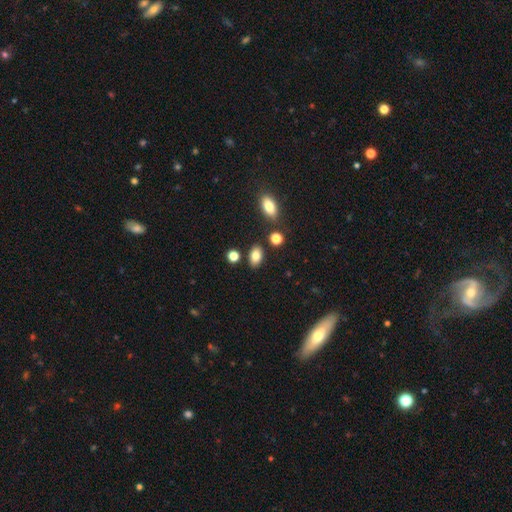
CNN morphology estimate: A smooth galaxy with no disk features (81%) that is in between round and cigar-shaped (87%). Merging: none (81%).